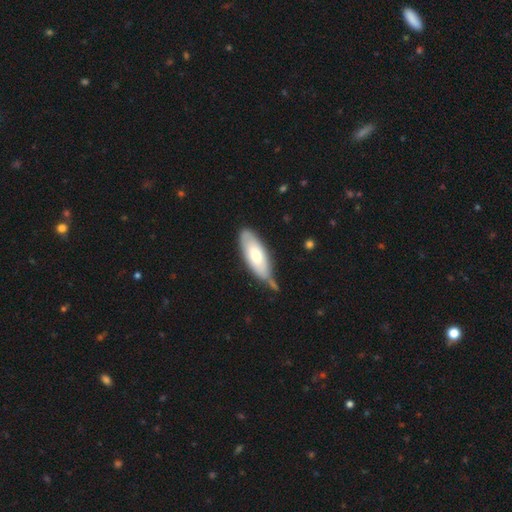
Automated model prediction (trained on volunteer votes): A smooth galaxy with no disk features (62%) that is in between round and cigar-shaped (71%). Merging: none (59%).